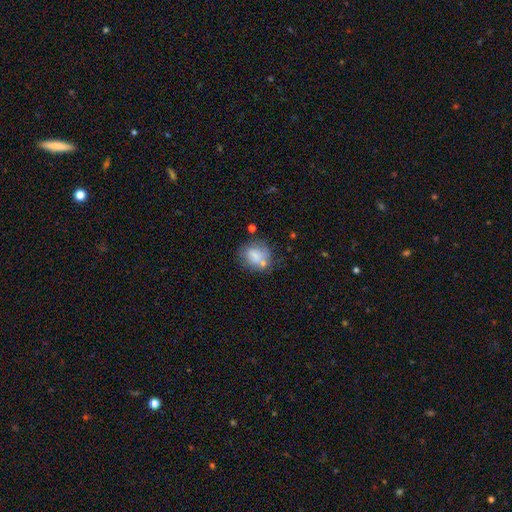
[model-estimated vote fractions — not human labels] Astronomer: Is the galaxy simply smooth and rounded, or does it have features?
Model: smooth — 71%.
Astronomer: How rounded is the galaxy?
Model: round — 62%.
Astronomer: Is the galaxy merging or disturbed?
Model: none — 51%.